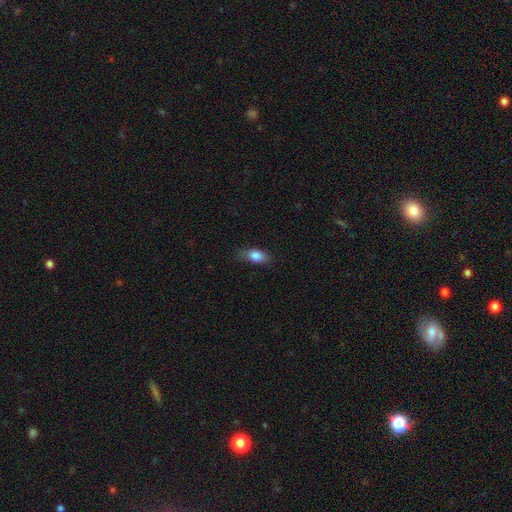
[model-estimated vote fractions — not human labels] A smooth galaxy with no disk features (83%) that is in between round and cigar-shaped (83%). Merging: none (67%).